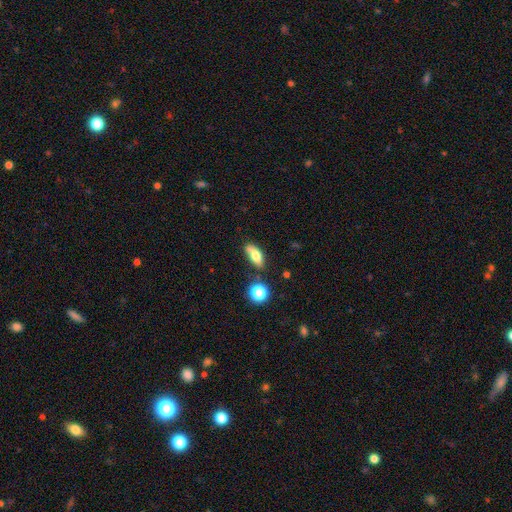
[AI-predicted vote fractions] This appears to be a smooth galaxy with no disk features (69%) that is in between round and cigar-shaped (73%). Merging: none (57%).